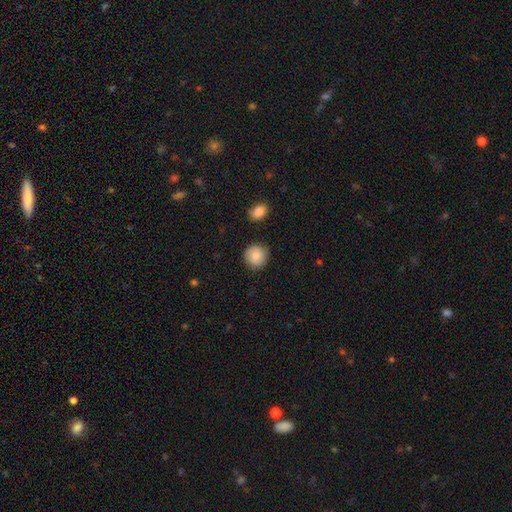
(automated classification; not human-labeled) A smooth galaxy with no disk features (81%) that is round (92%). Merging: none (86%).